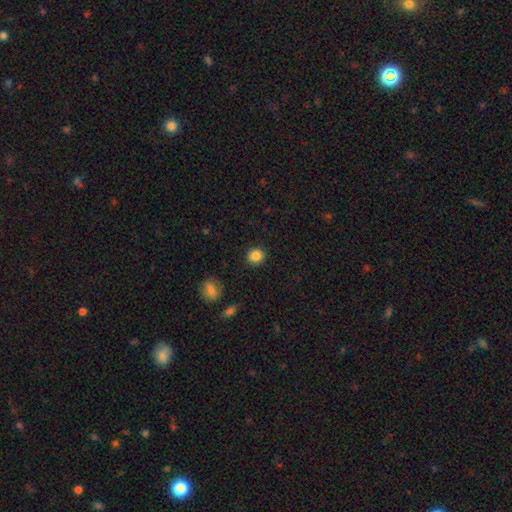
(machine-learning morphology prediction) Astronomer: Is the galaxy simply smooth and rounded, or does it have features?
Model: smooth — 85%.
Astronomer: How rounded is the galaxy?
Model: round — 89%.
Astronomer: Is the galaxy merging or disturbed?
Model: none — 91%.